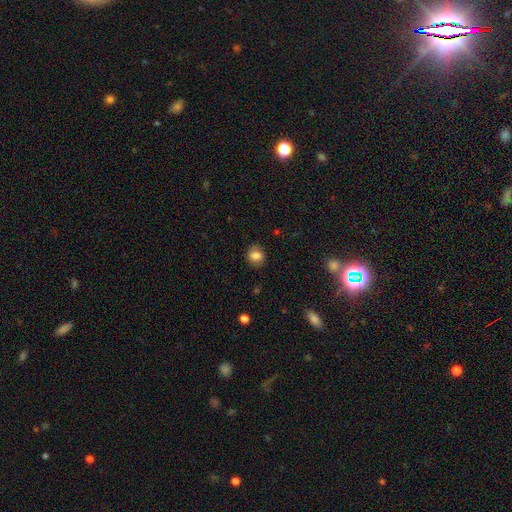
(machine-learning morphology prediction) Smooth or featured? Predicted: smooth (p=0.82). How rounded? Predicted: round (p=0.69). Merging? Predicted: none (p=0.84).